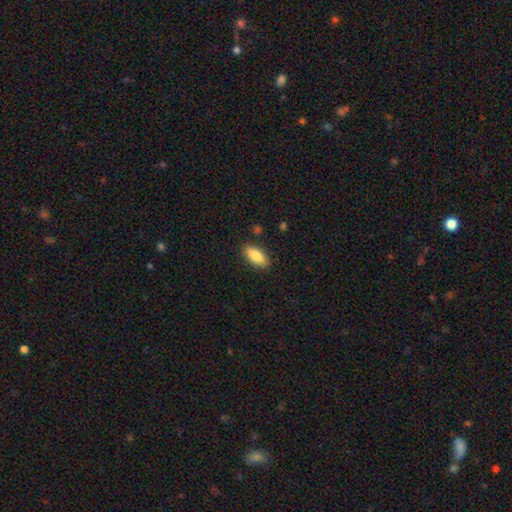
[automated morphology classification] A smooth galaxy with no disk features (85%) that is in between round and cigar-shaped (86%). Merging: none (86%).